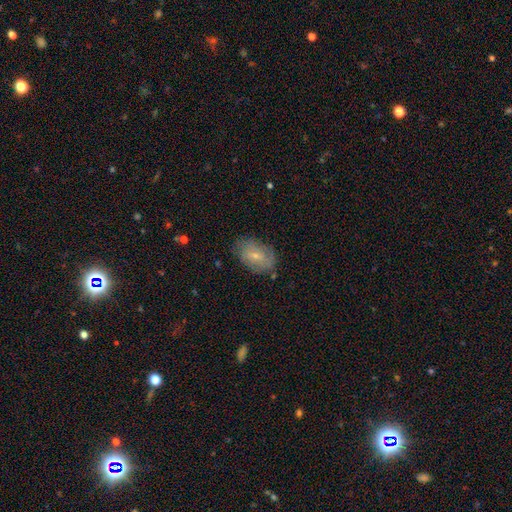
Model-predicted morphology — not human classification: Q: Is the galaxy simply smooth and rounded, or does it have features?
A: smooth — 53%.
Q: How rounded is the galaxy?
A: in between — 88%.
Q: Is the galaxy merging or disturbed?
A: none — 73%.